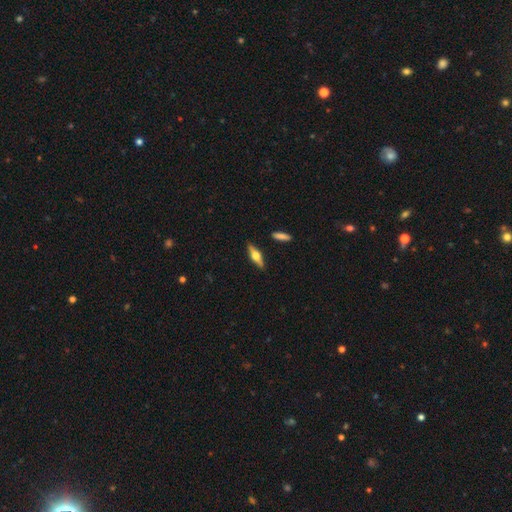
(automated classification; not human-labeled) Smooth or featured? Predicted: featured or disk (p=0.60). Edge-on disk? Predicted: yes (p=0.94). Edge-on bulge? Predicted: rounded (p=0.93). Merging? Predicted: none (p=0.88).